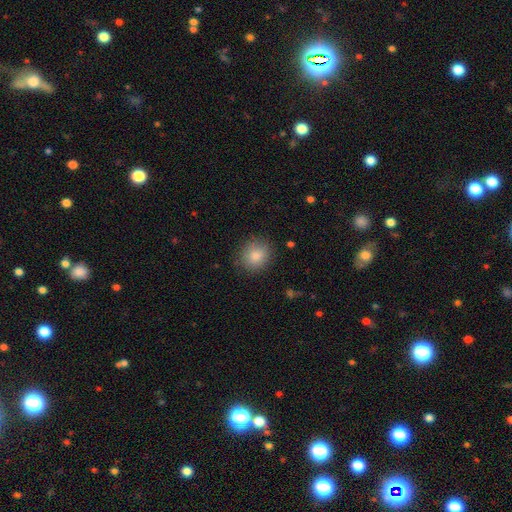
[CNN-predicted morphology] smooth-or-featured: smooth: 84% | star or artifact: 9% | featured or disk: 7%
  how-rounded: round: 80% | in between: 19% | cigar-shaped: 1%
  merging: none: 85% | minor disturbance: 11% | major disturbance: 3% | merger: 1%